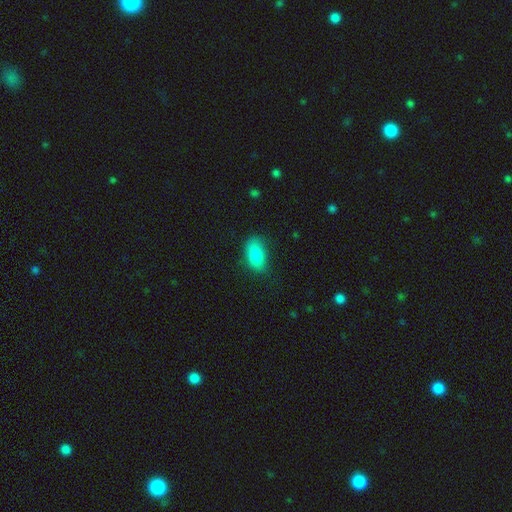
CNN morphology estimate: The model was most divided on "merging": none: 69%, minor disturbance: 23%, major disturbance: 6%, merger: 1%. More confident: how rounded — in between (91%); smooth or featured — smooth (85%).